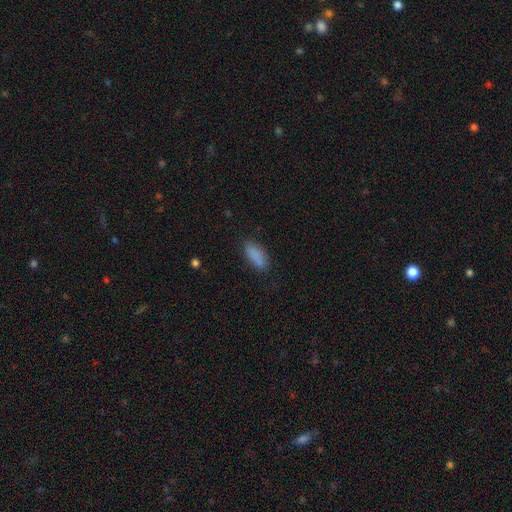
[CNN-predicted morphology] Smooth or featured?
  - smooth: 86% *
  - star or artifact: 8%
  - featured or disk: 6%
How rounded?
  - in between: 75% *
  - cigar-shaped: 22%
  - round: 2%
Merging?
  - none: 81% *
  - minor disturbance: 14%
  - major disturbance: 3%
  - merger: 2%